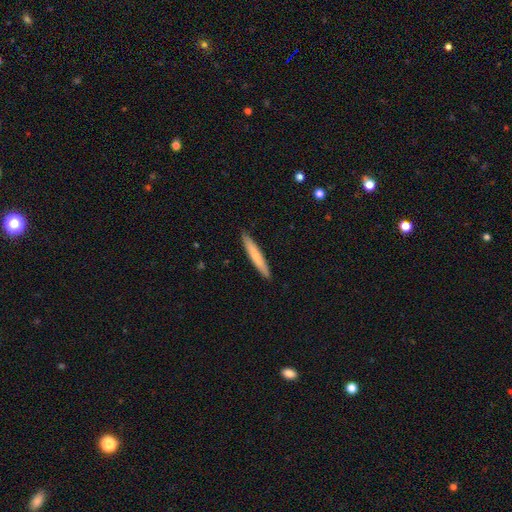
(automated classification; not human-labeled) A smooth galaxy with no disk features (72%) that is cigar-shaped (95%). Merging: none (91%).